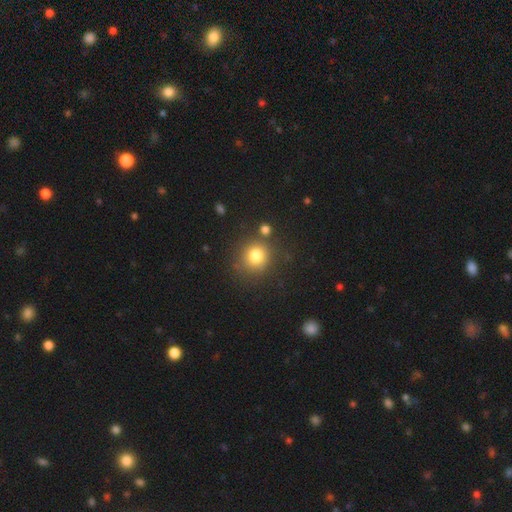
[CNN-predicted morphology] Smooth or featured? smooth (80%)
How rounded? round (86%)
Merging? none (76%)